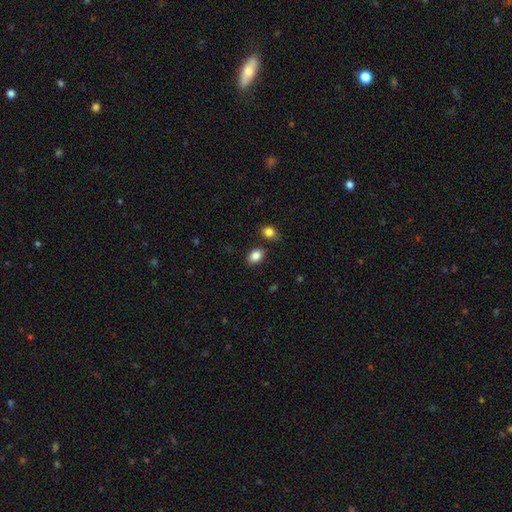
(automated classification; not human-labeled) smooth 86%, star or artifact 9%, featured or disk 5%. Down the decision tree: how rounded — in between (71%); merging — none (81%).